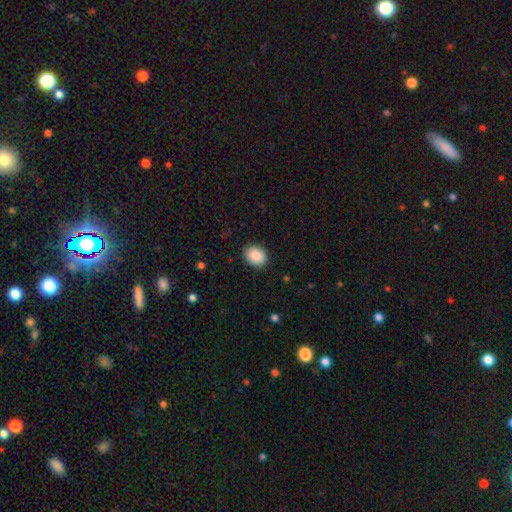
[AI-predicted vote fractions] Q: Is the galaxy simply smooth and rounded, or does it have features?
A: smooth — 90%.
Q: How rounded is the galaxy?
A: in between — 58%.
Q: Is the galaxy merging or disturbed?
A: none — 89%.